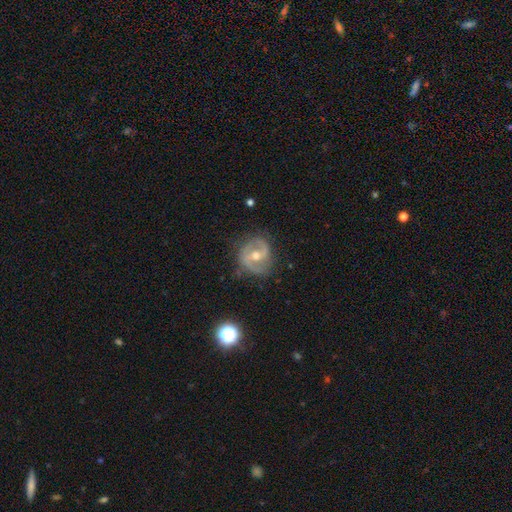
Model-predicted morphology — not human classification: This is likely a featured or disk galaxy (80%). It is clearly not viewed edge-on (97%). Bar: marginally weak (45%). Spiral arm pattern: clearly yes (87%). Spiral arm count: clearly 2 (85%). Spiral winding: possibly medium (47%). Central bulge: likely moderate (69%). Merging: likely none (77%).